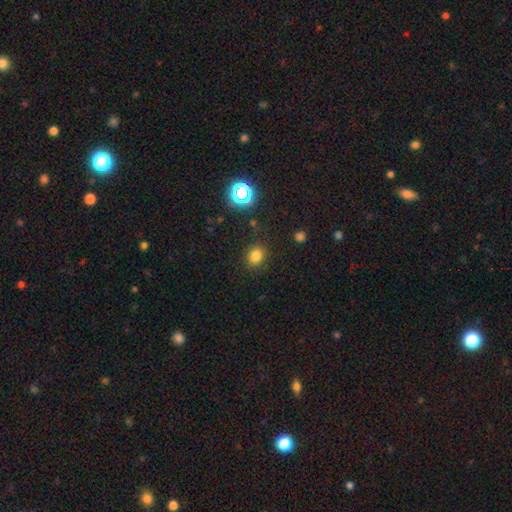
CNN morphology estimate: smooth 78%, star or artifact 17%, featured or disk 5%. Down the decision tree: how rounded — round (68%); merging — none (86%).